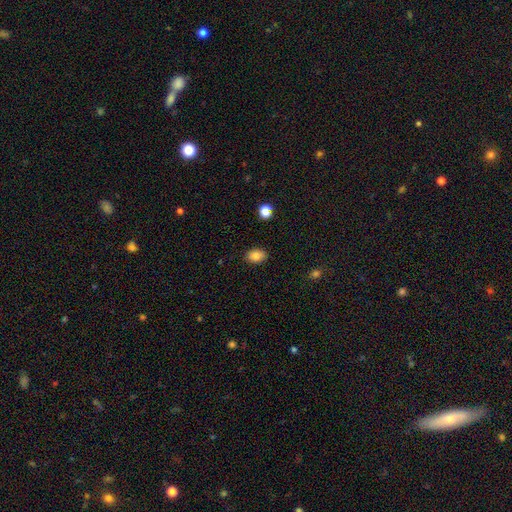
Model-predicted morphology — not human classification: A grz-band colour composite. It shows a smooth galaxy with no disk features (84%) that is in between round and cigar-shaped (81%). Merging: none (87%).